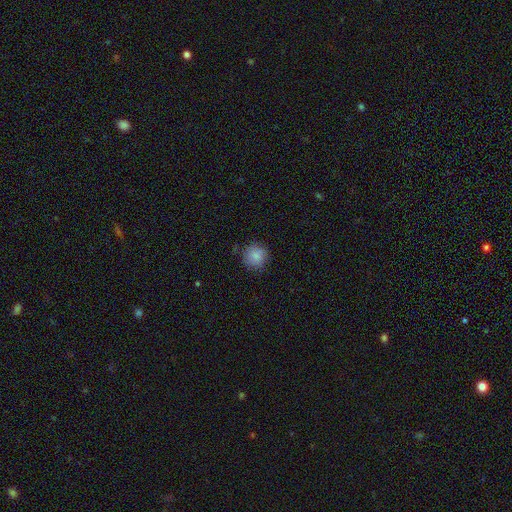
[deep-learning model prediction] Smooth or featured? Predicted: smooth (p=0.85). How rounded? Predicted: round (p=0.92). Merging? Predicted: none (p=0.82).